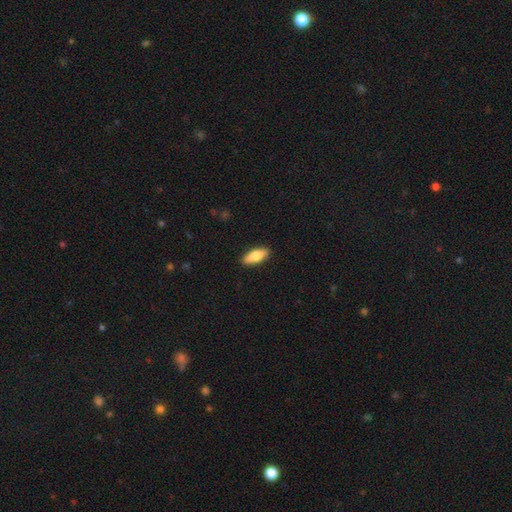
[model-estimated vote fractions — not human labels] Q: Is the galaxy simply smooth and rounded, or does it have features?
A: smooth — 75%.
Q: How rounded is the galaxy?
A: in between — 72%.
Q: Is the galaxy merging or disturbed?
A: none — 89%.